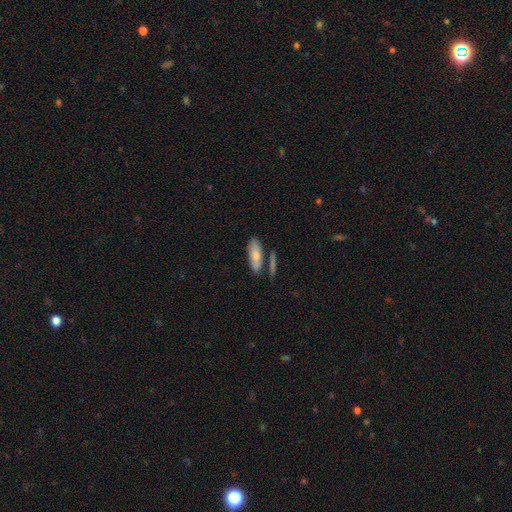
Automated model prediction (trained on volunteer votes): smooth 76%, featured or disk 18%, star or artifact 6%. Down the decision tree: how rounded — in between (62%); merging — none (68%).